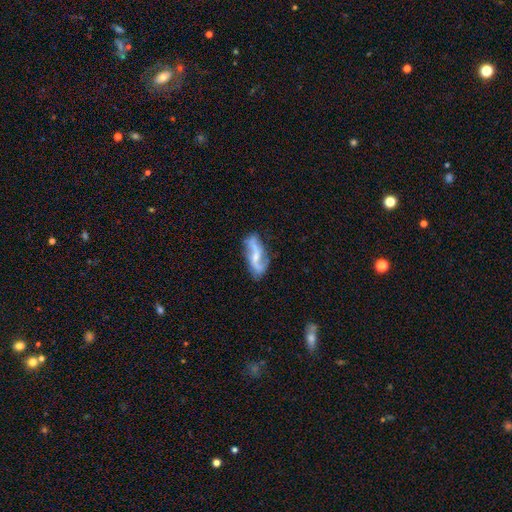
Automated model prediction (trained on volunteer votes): Smooth or featured?
  - featured or disk: 76% *
  - smooth: 18%
  - star or artifact: 6%
Edge-on disk?
  - no: 91% *
  - yes: 9%
Bar?
  - weak: 42% *
  - no: 35%
  - strong: 23%
Spiral arms?
  - yes: 91% *
  - no: 9%
Spiral winding?
  - loose: 72% *
  - medium: 21%
  - tight: 7%
Spiral arm count?
  - 2: 89% *
  - can't tell: 5%
  - 1: 3%
  - 3: 1%
  - 4: 1%
  - more than 4: 1%
Bulge size?
  - small: 44% *
  - moderate: 34%
  - none: 17%
  - large: 3%
  - dominant: 1%
Merging?
  - none: 64% *
  - minor disturbance: 22%
  - major disturbance: 10%
  - merger: 4%